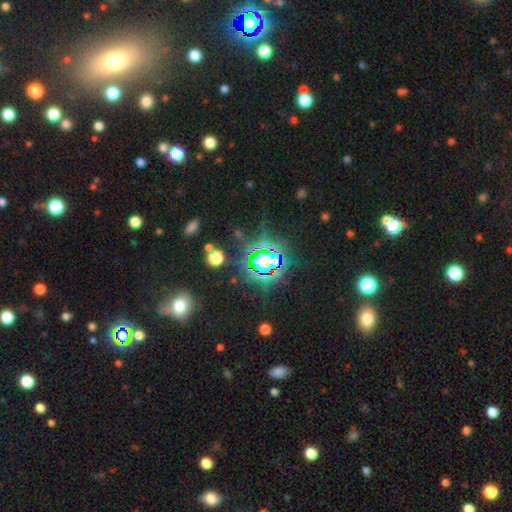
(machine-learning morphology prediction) This appears to be a star or artifact, not a galaxy (73%).